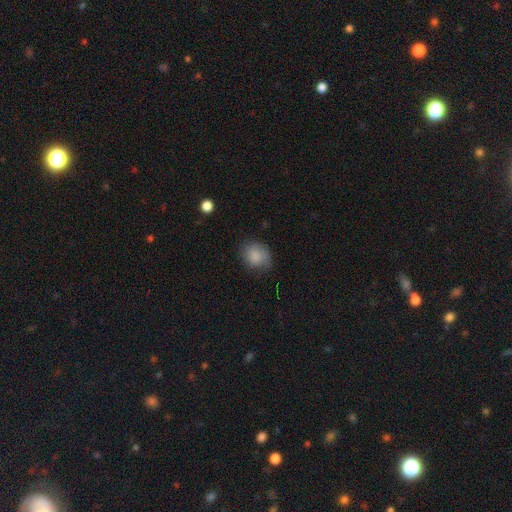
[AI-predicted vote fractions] Smooth or featured: smooth — 85% (star or artifact — 8%)
How rounded: round — 58% (in between — 41%)
Merging: none — 69% (minor disturbance — 23%)